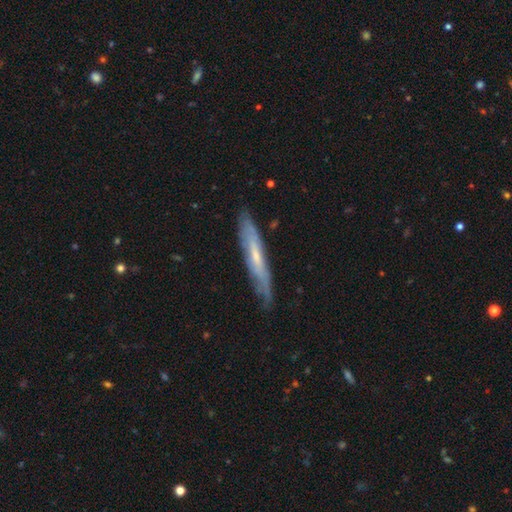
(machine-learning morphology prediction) Smooth or featured? Predicted: featured or disk (p=0.61). Edge-on disk? Predicted: yes (p=0.69). Merging? Predicted: none (p=0.77).